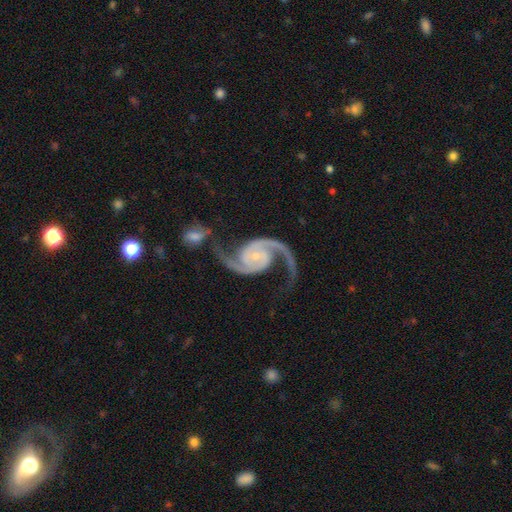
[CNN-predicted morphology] A featured or disk galaxy (94%) with no bar (61%), 2 (94%) medium (52%) spiral arms (99%) and a small central bulge (71%). Merging: none (54%).